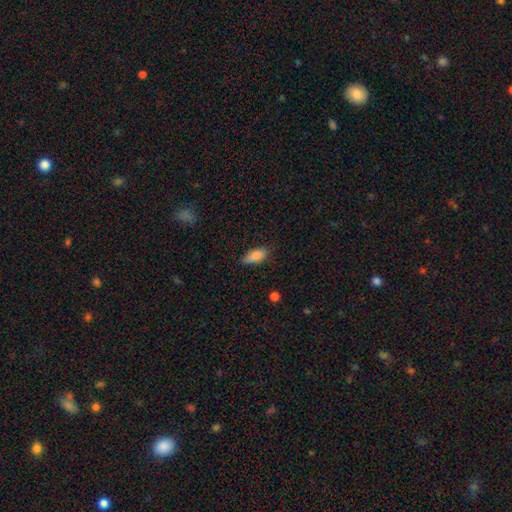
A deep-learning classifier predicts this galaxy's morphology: smooth 86%, star or artifact 7%, featured or disk 7%. Down the decision tree: how rounded — in between (81%); merging — none (72%).